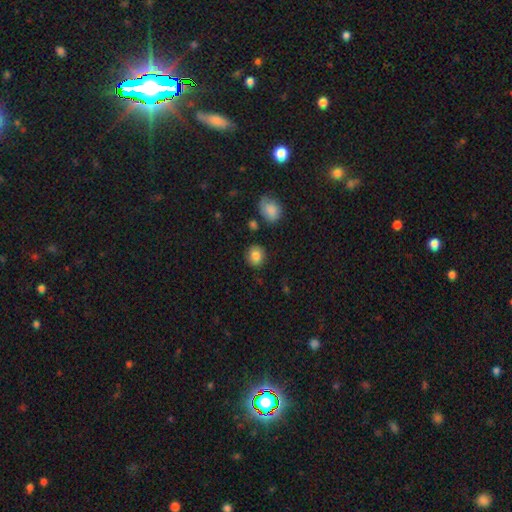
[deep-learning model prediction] Smooth or featured? smooth (85%)
How rounded? round (80%)
Merging? none (86%)